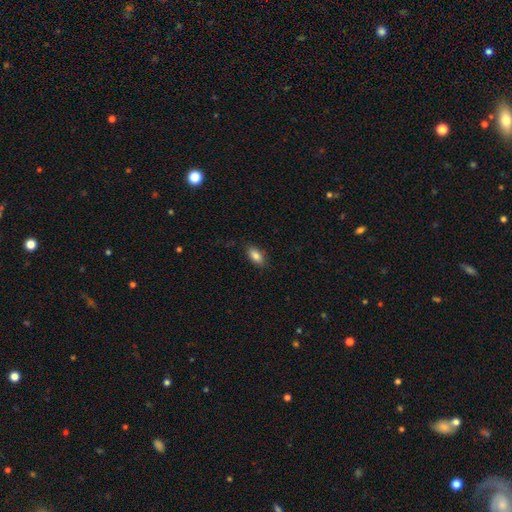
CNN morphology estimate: Smooth or featured? Predicted: smooth (p=0.85). How rounded? Predicted: in between (p=0.89). Merging? Predicted: none (p=0.84).